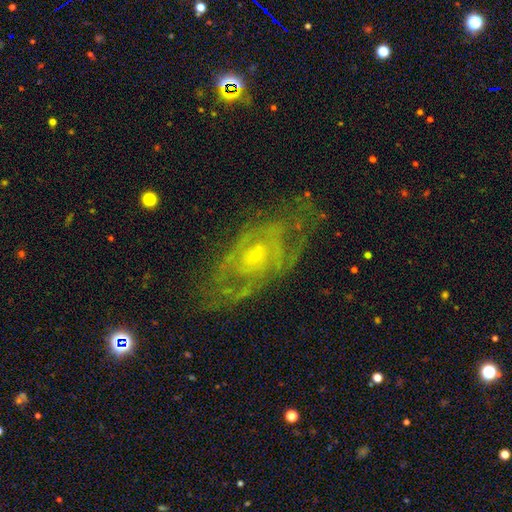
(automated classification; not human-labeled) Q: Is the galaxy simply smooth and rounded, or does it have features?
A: featured or disk — 82%.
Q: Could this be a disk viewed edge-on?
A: no — 95%.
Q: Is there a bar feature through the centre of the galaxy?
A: no — 67%.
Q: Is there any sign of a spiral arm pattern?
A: yes — 81%.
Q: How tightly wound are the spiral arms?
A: tight — 52%.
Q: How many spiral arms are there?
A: can't tell — 40%.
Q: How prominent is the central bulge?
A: small — 78%.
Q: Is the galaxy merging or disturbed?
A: none — 63%.